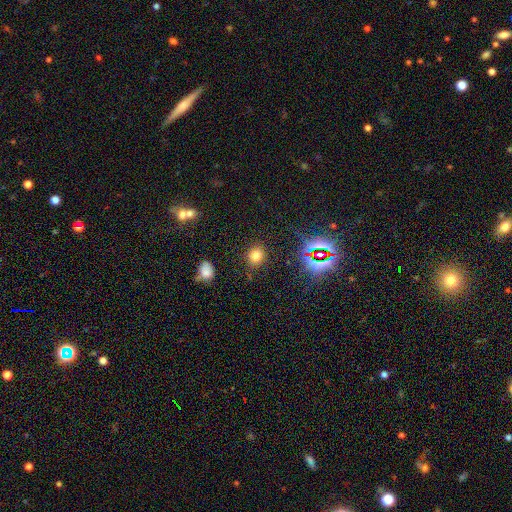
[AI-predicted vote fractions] Smooth or featured? Predicted: smooth (p=0.73). How rounded? Predicted: round (p=0.73). Merging? Predicted: none (p=0.84).